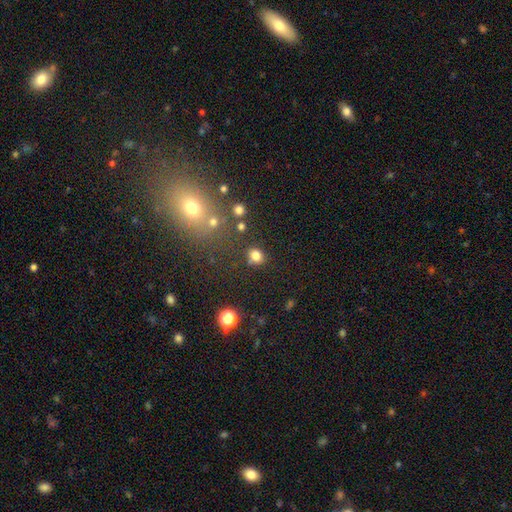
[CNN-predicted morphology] Smooth or featured?
  - smooth: 79% *
  - star or artifact: 14%
  - featured or disk: 7%
How rounded?
  - round: 54% *
  - in between: 45%
  - cigar-shaped: 1%
Merging?
  - none: 75% *
  - minor disturbance: 13%
  - merger: 8%
  - major disturbance: 4%